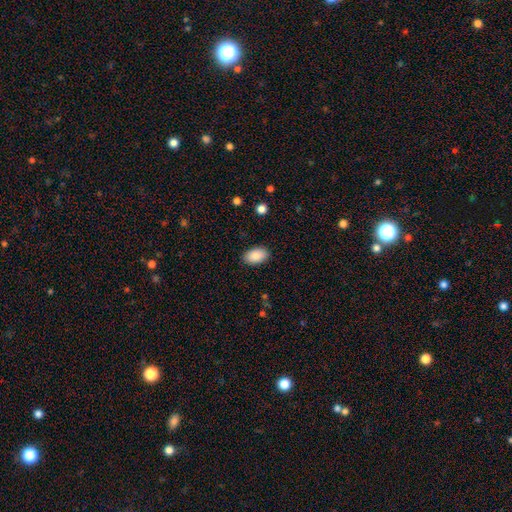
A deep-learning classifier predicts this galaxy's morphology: Overall: smooth (88%). How rounded: in between (94%). Merging: none (88%).